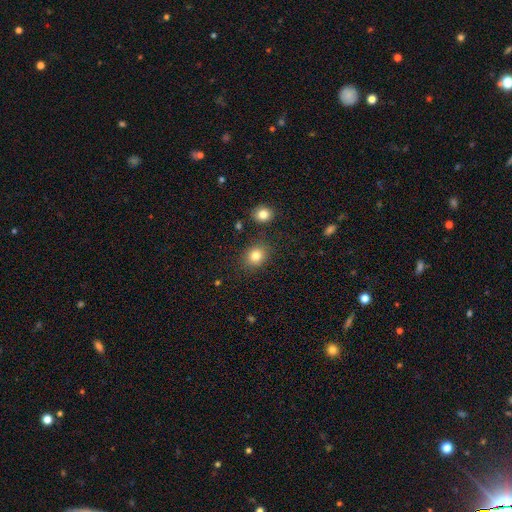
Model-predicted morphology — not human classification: This is clearly a smooth galaxy (82%). How rounded: likely round (63%). Merging: clearly none (84%).